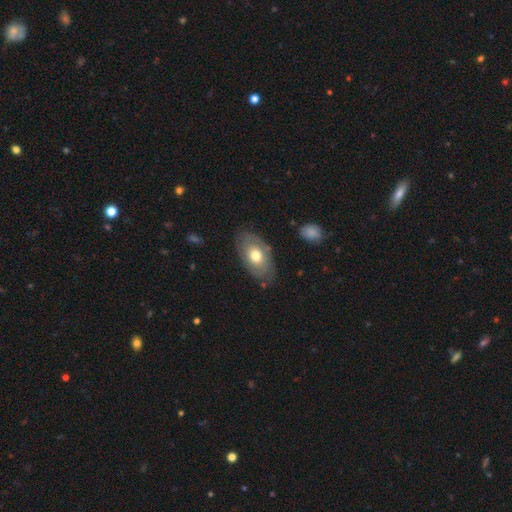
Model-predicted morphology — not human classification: Smooth or featured? featured or disk (49%)
Merging? none (77%)